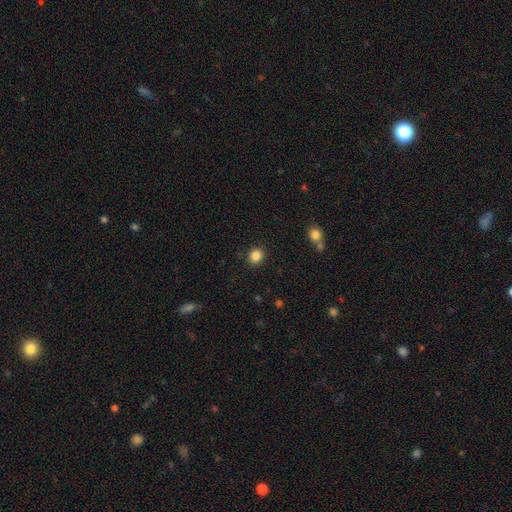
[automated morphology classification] A smooth galaxy with no disk features (86%) that is round (81%). Merging: none (90%).